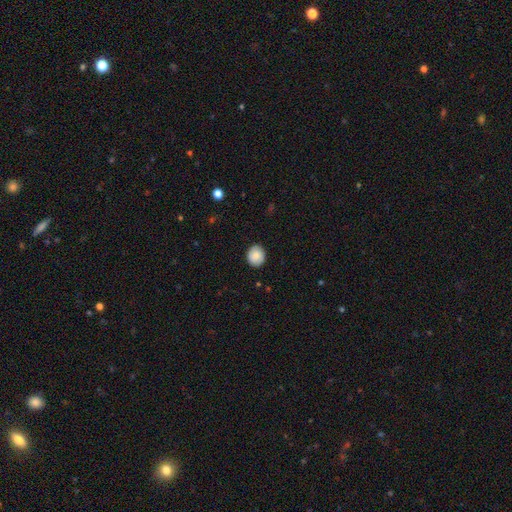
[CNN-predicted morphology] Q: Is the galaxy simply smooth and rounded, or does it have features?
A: smooth — 83%.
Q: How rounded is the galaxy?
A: round — 74%.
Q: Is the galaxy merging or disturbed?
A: none — 88%.